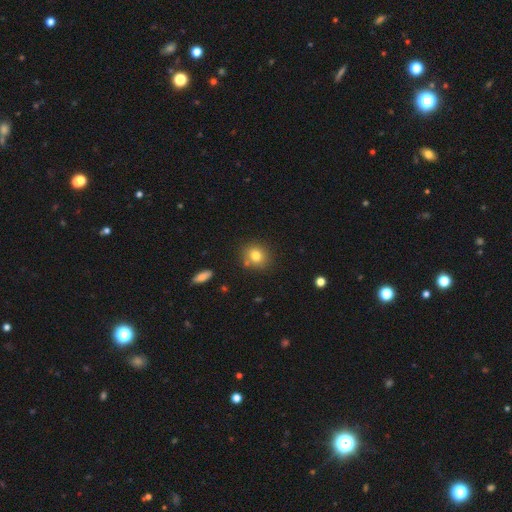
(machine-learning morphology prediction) Smooth or featured? smooth (78%)
How rounded? round (78%)
Merging? none (79%)